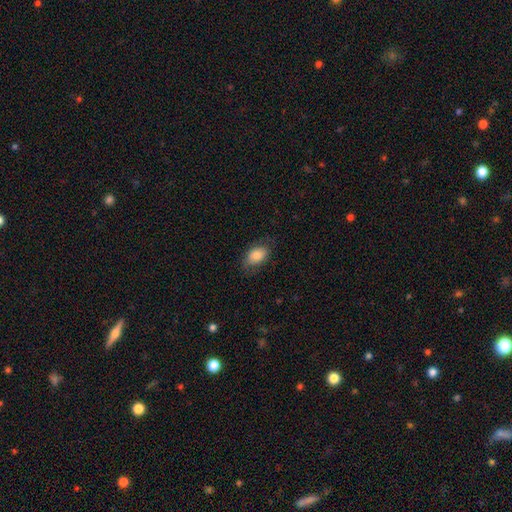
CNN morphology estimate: Overall: smooth (81%). How rounded: in between (89%). Merging: none (73%).